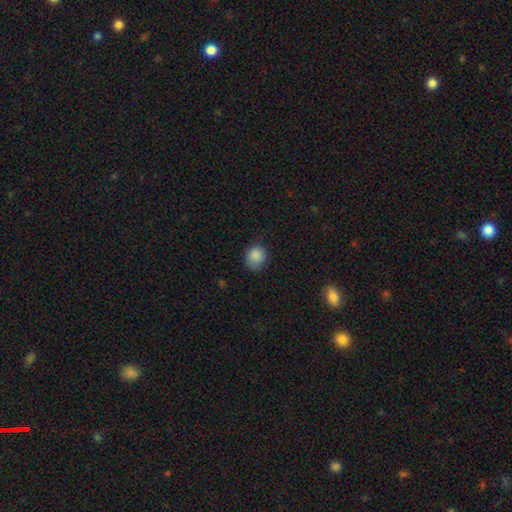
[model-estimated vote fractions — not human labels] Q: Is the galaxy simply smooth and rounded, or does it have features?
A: smooth — 87%.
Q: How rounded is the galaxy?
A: round — 69%.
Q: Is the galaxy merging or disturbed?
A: none — 73%.